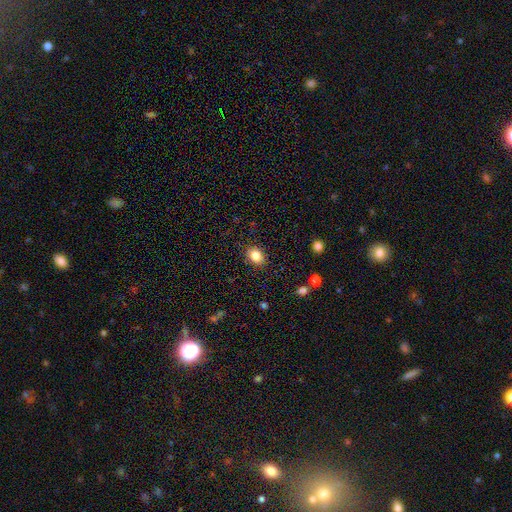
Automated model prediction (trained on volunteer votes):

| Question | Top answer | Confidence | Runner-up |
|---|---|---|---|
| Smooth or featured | smooth | 83% | star or artifact (10%) |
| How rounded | in between | 61% | round (38%) |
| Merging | none | 88% | minor disturbance (9%) |